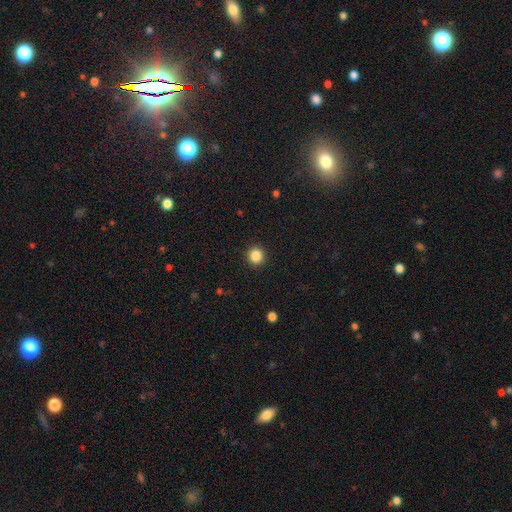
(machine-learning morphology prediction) A smooth galaxy with no disk features (86%) that is round (94%).

Vote fractions:
- Smooth or featured? smooth: 86% / star or artifact: 11% / featured or disk: 3%
- How rounded? round: 94% / in between: 5% / cigar-shaped: 1%
- Merging? none: 92% / minor disturbance: 5% / major disturbance: 2% / merger: 1%